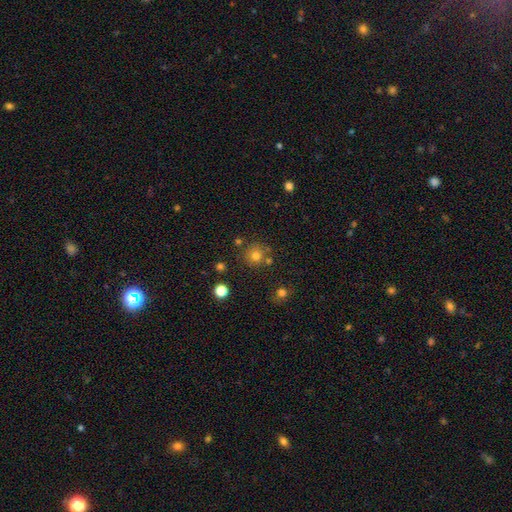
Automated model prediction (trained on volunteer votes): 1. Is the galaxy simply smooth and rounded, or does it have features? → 75% smooth, 16% star or artifact, 9% featured or disk.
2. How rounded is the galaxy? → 91% round, 8% in between, 1% cigar-shaped.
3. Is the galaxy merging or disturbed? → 73% none, 12% merger, 10% minor disturbance, 4% major disturbance.